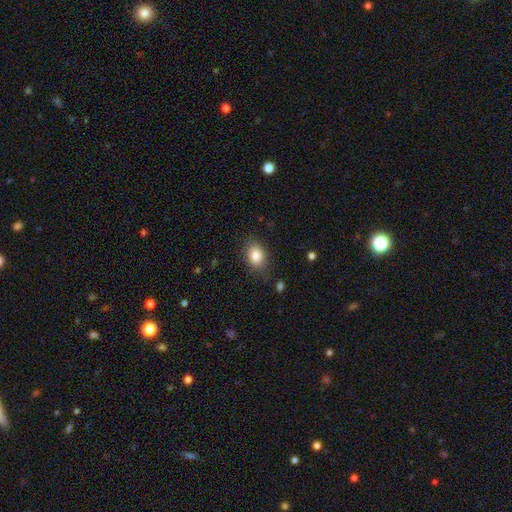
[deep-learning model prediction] Overall: smooth (85%). How rounded: in between (77%). Merging: none (82%).